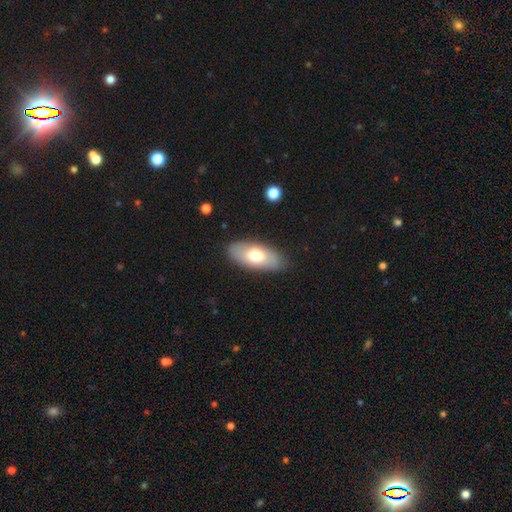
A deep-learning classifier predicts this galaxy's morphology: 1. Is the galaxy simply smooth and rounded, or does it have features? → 70% smooth, 24% featured or disk, 6% star or artifact.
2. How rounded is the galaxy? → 90% in between, 8% cigar-shaped, 3% round.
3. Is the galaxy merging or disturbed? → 85% none, 12% minor disturbance, 3% major disturbance, 1% merger.